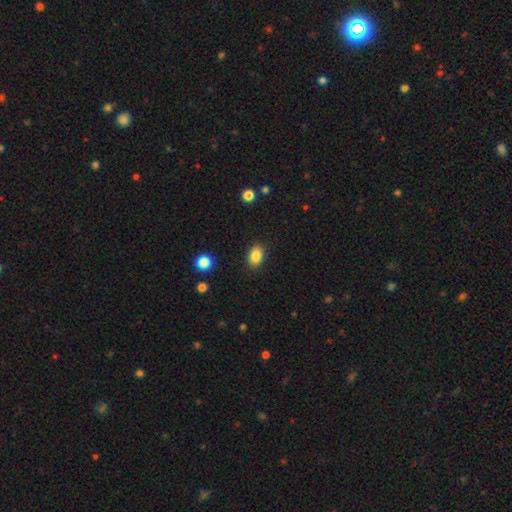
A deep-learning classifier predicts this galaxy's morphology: Smooth or featured?
  - smooth: 86% *
  - star or artifact: 9%
  - featured or disk: 5%
How rounded?
  - in between: 81% *
  - round: 18%
  - cigar-shaped: 1%
Merging?
  - none: 89% *
  - minor disturbance: 8%
  - major disturbance: 2%
  - merger: 1%